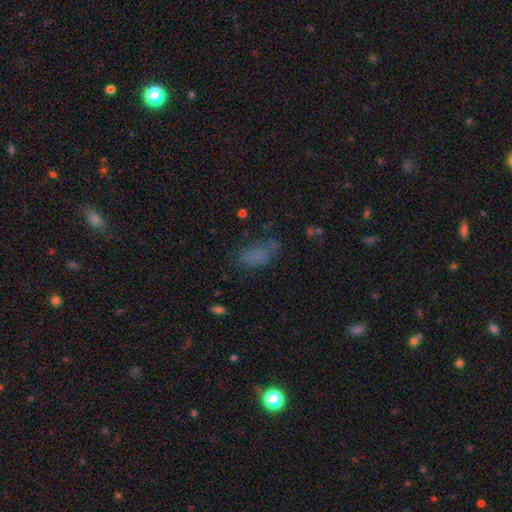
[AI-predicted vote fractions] smooth 73%, star or artifact 15%, featured or disk 11%. Down the decision tree: how rounded — in between (87%); merging — none (58%).